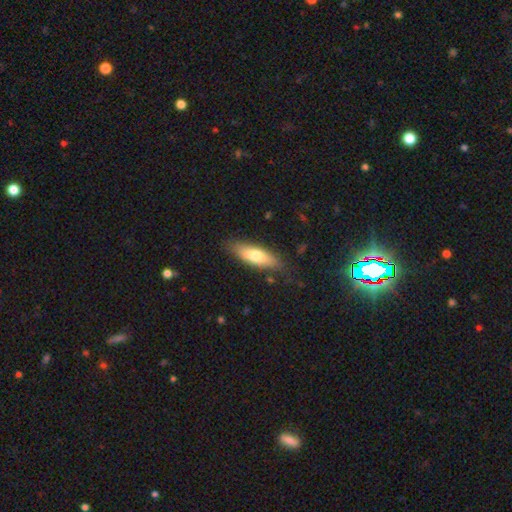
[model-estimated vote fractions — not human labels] Smooth or featured: smooth — 64% (featured or disk — 30%)
How rounded: in between — 51% (cigar-shaped — 47%)
Merging: none — 81% (minor disturbance — 14%)